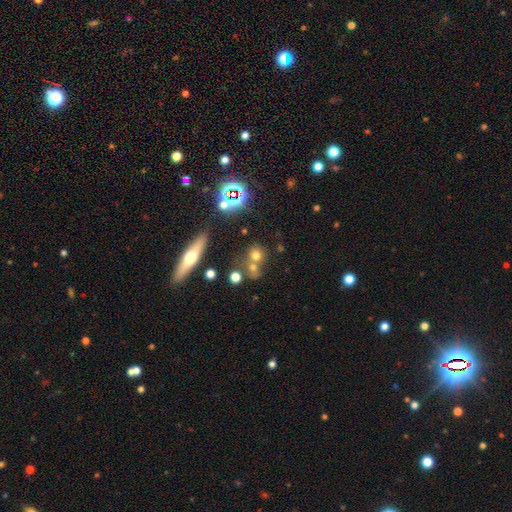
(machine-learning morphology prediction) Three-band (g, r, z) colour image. It shows a smooth galaxy with no disk features (61%) that is round (77%). Merging: none (51%).